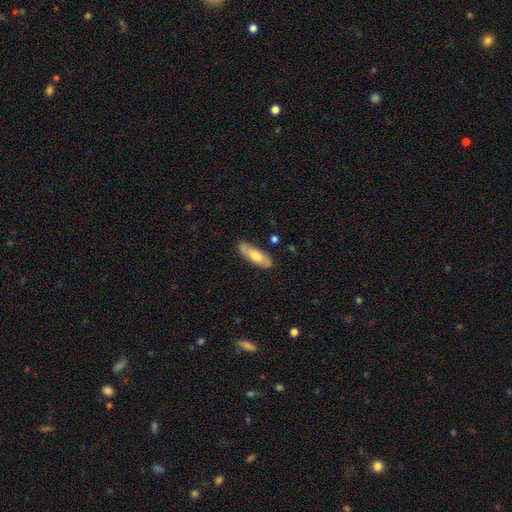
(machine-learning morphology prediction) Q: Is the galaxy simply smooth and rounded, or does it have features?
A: smooth — 54%.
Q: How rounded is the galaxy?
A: in between — 57%.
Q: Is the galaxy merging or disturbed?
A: none — 81%.